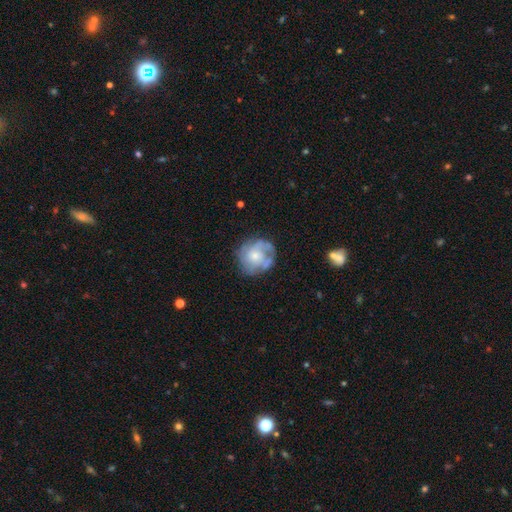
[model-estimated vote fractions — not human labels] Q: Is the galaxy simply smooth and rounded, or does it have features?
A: featured or disk — 55%.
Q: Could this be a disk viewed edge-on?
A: no — 98%.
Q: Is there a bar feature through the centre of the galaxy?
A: no — 85%.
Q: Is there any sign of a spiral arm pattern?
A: yes — 57%.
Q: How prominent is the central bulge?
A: small — 46%.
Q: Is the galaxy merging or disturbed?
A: none — 65%.